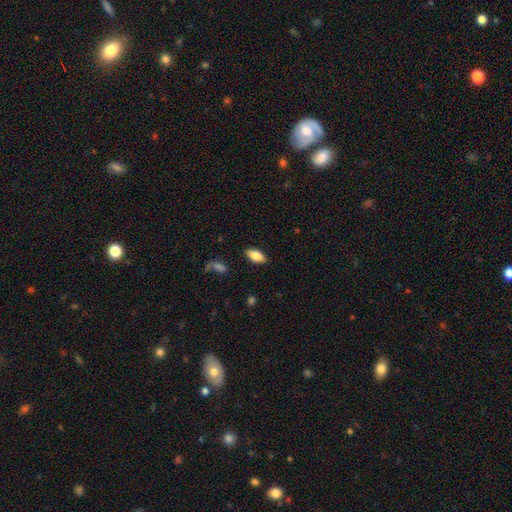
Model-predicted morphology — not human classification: smooth_or_featured: smooth (p=0.81) [alt: featured or disk p=0.12]
how_rounded: in between (p=0.90) [alt: cigar-shaped p=0.07]
merging: none (p=0.87) [alt: minor disturbance p=0.09]